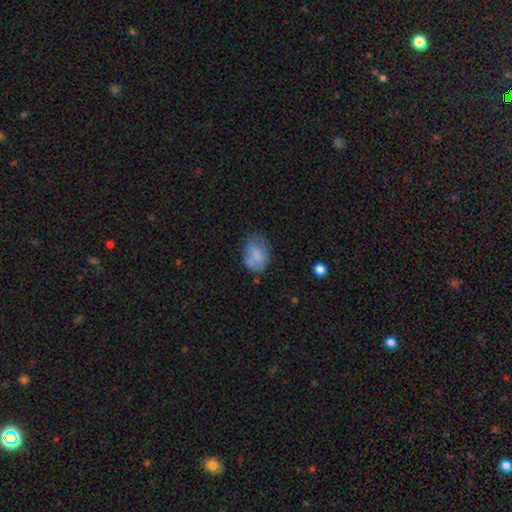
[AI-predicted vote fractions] Morphology: type=smooth (74%); roundness=in between (79%); merging=none (52%).